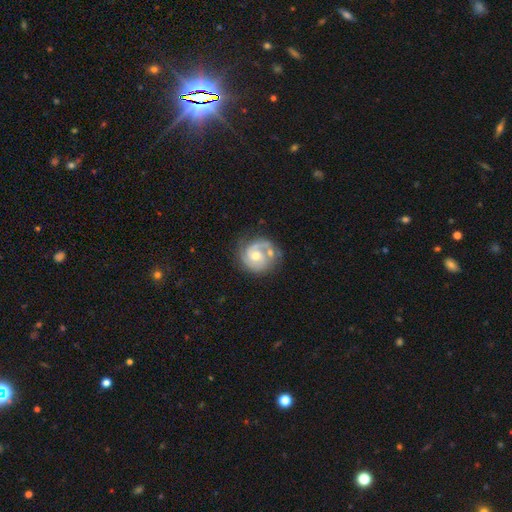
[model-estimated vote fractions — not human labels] Smooth or featured: featured or disk — 82% (smooth — 13%)
Edge-on disk: no — 98% (yes — 2%)
Bar: no — 67% (weak — 28%)
Spiral arms: yes — 95% (no — 5%)
Spiral winding: tight — 52% (medium — 37%)
Spiral arm count: 2 — 60% (1 — 17%)
Bulge size: moderate — 61% (small — 32%)
Merging: none — 60% (minor disturbance — 19%)